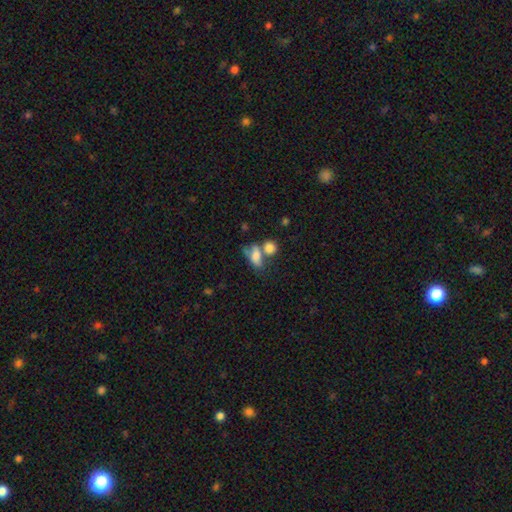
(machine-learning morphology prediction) This appears to be a smooth galaxy with no disk features (72%) that is in between round and cigar-shaped (77%). Merging: merger (44%).